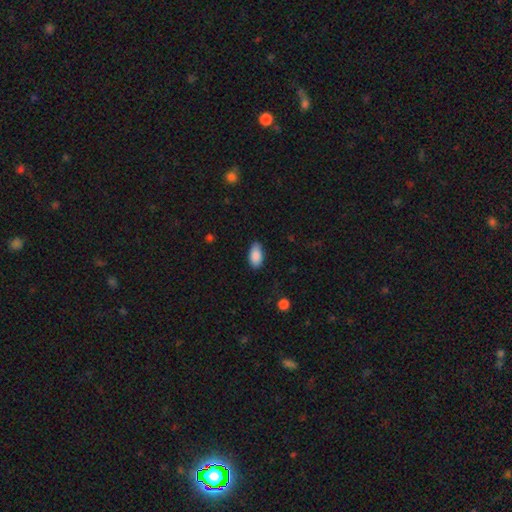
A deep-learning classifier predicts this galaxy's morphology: type=smooth (88%); roundness=in between (93%); merging=none (79%).